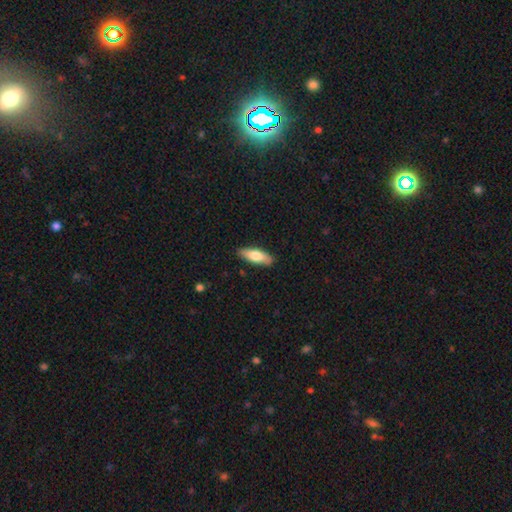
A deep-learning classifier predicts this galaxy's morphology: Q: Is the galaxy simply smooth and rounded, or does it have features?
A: smooth — 73%.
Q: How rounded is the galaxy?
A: in between — 60%.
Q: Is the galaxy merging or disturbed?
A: none — 87%.